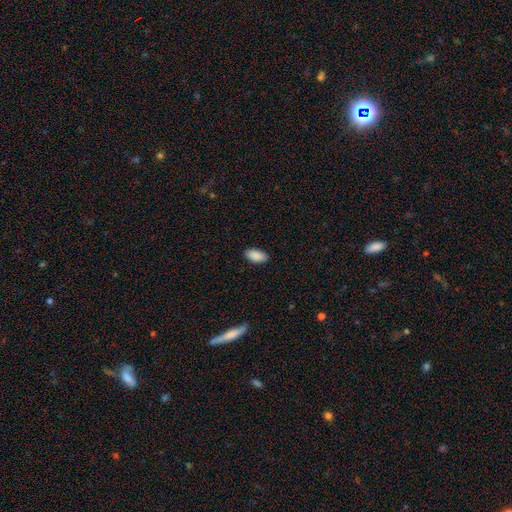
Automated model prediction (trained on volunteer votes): smooth 90%, star or artifact 7%, featured or disk 3%. Down the decision tree: how rounded — in between (94%); merging — none (87%).